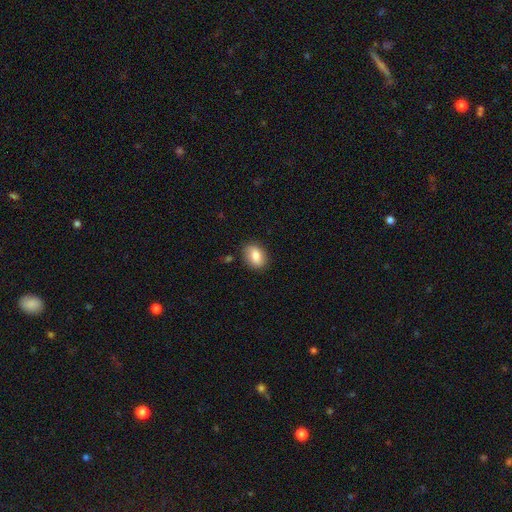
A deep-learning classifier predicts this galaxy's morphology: Smooth or featured? Predicted: smooth (p=0.82). How rounded? Predicted: in between (p=0.79). Merging? Predicted: none (p=0.84).